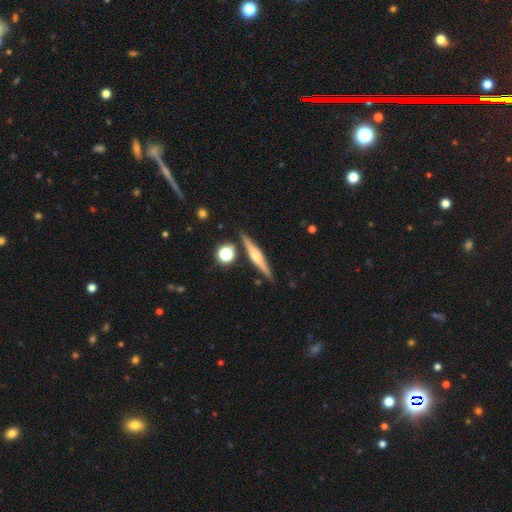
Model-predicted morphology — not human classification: This appears to be a featured or disk galaxy (68%) viewed edge-on (97%) with a rounded central bulge (85%). Merging: none (87%).